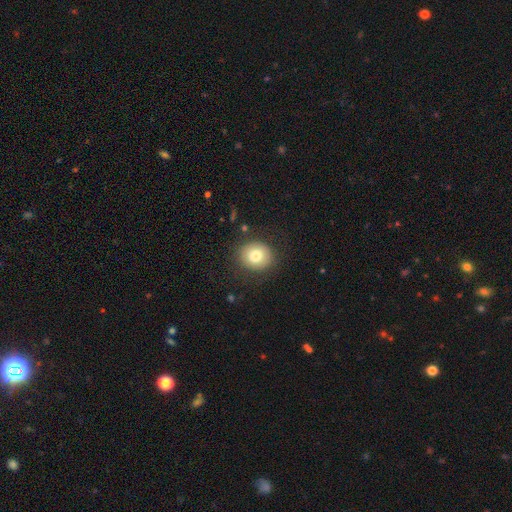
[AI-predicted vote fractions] A smooth galaxy with no disk features (77%) that is round (75%). Merging: none (85%).